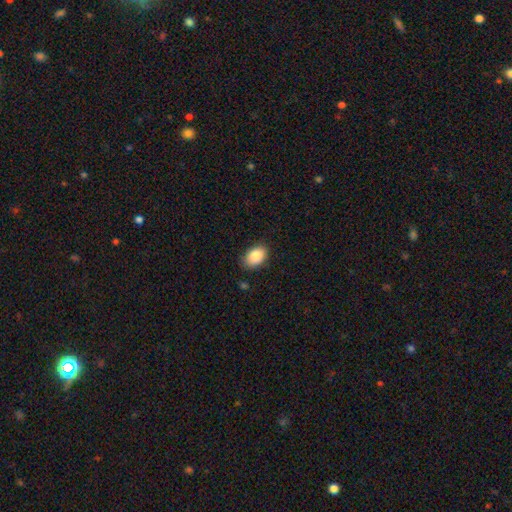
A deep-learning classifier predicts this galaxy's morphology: Smooth or featured? smooth (87%)
How rounded? in between (88%)
Merging? none (82%)